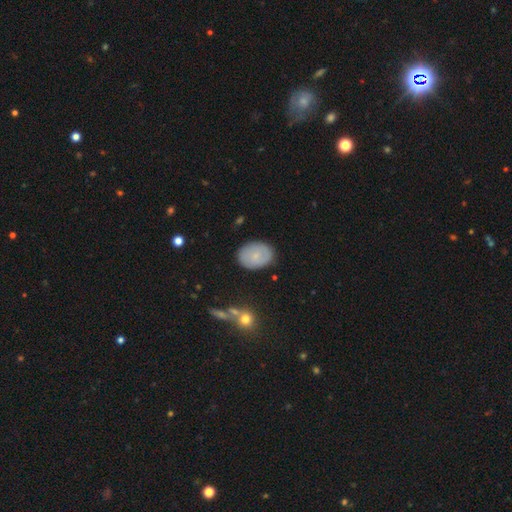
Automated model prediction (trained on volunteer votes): smooth-or-featured: smooth: 72% | featured or disk: 21% | star or artifact: 7%
  how-rounded: in between: 72% | round: 27% | cigar-shaped: 1%
  merging: none: 84% | minor disturbance: 12% | major disturbance: 3% | merger: 1%